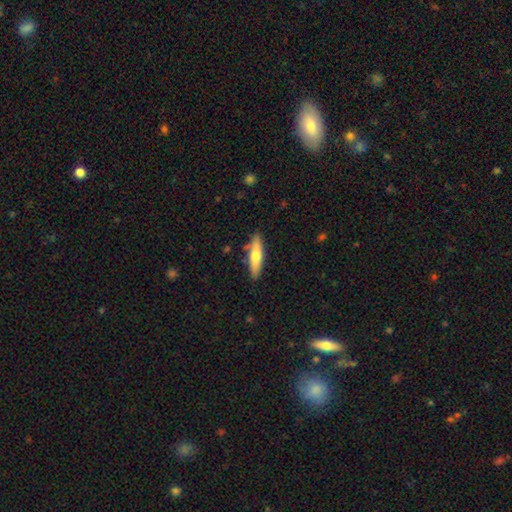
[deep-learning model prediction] Q: Smooth or featured?
A: smooth (66%); runner-up: featured or disk (28%)
Q: How rounded?
A: cigar-shaped (71%); runner-up: in between (27%)
Q: Merging?
A: none (83%); runner-up: minor disturbance (12%)